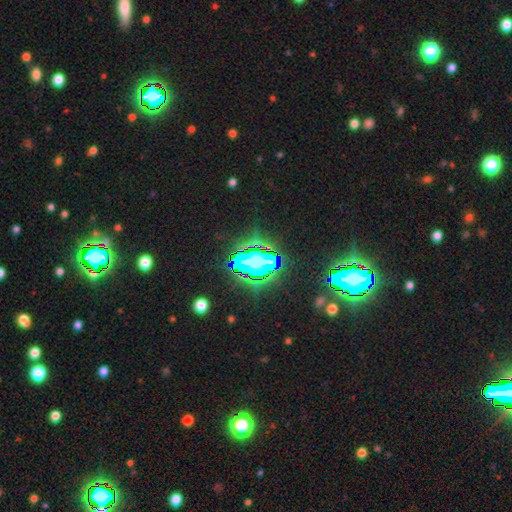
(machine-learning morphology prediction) Overall: star or artifact (73%).